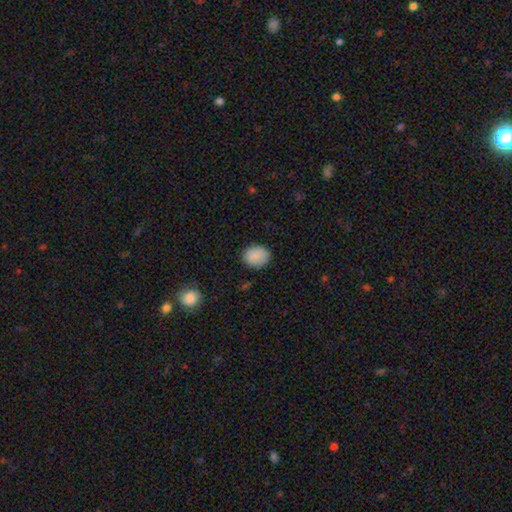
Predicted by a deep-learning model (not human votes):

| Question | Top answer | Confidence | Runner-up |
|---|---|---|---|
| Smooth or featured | smooth | 88% | star or artifact (8%) |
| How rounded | round | 53% | in between (46%) |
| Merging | none | 83% | minor disturbance (13%) |